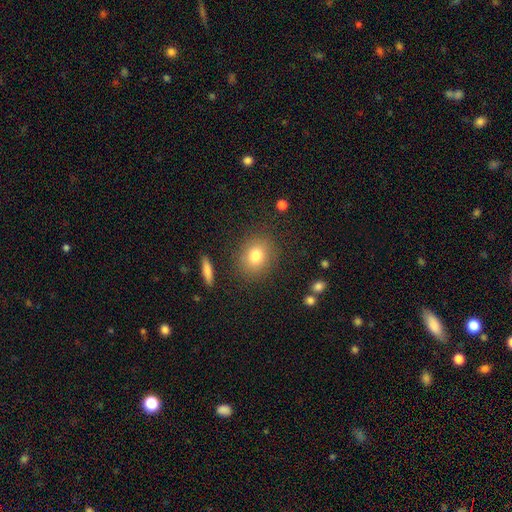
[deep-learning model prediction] smooth_or_featured: smooth (p=0.79) [alt: featured or disk p=0.11]
how_rounded: round (p=0.60) [alt: in between p=0.38]
merging: none (p=0.84) [alt: minor disturbance p=0.10]